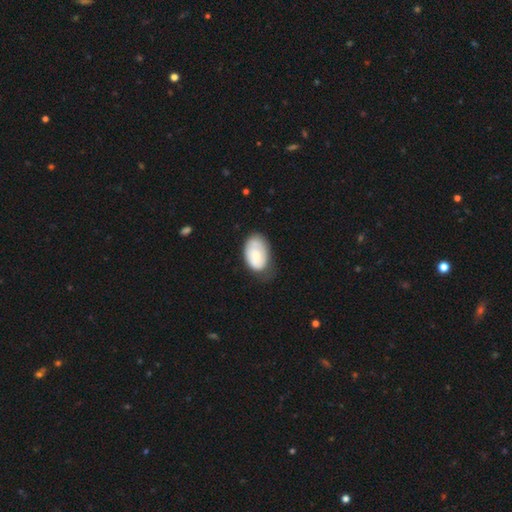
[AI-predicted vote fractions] smooth-or-featured: smooth: 66% | featured or disk: 28% | star or artifact: 6%
  how-rounded: in between: 92% | round: 7% | cigar-shaped: 1%
  merging: none: 53% | minor disturbance: 33% | major disturbance: 11% | merger: 2%